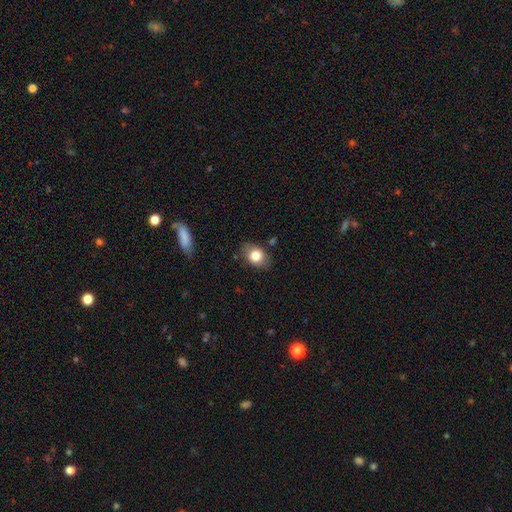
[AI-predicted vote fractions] smooth 79%, featured or disk 12%, star or artifact 9%. Down the decision tree: how rounded — in between (69%); merging — none (79%).